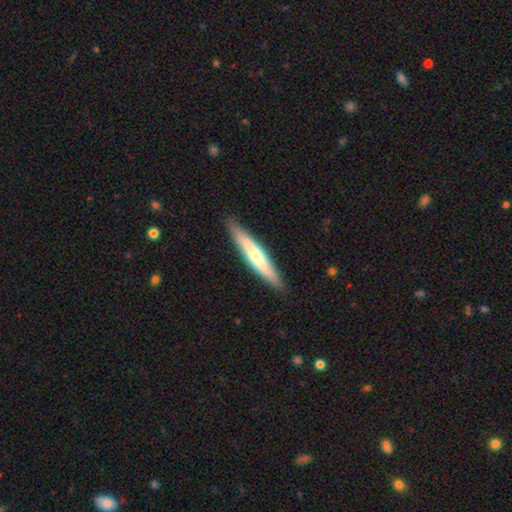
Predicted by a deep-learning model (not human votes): smooth-or-featured: smooth: 48% | featured or disk: 47% | star or artifact: 5%
  merging: none: 89% | minor disturbance: 8% | major disturbance: 1% | merger: 1%